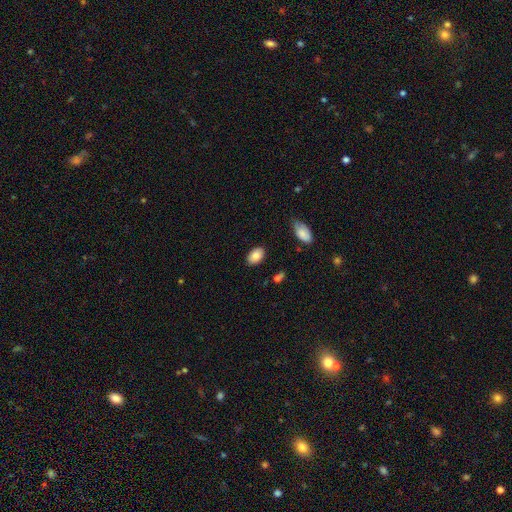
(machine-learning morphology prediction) Q: Smooth or featured?
A: smooth (85%); runner-up: featured or disk (8%)
Q: How rounded?
A: in between (91%); runner-up: round (8%)
Q: Merging?
A: none (85%); runner-up: minor disturbance (11%)